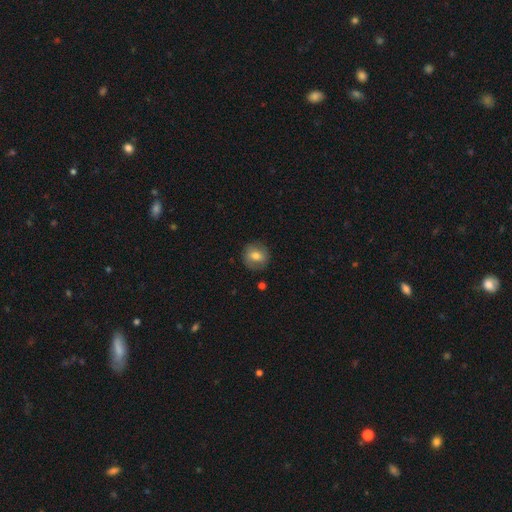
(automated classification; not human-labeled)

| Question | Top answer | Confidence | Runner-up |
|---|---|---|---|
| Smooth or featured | smooth | 64% | featured or disk (28%) |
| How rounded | round | 83% | in between (16%) |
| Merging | none | 84% | minor disturbance (11%) |